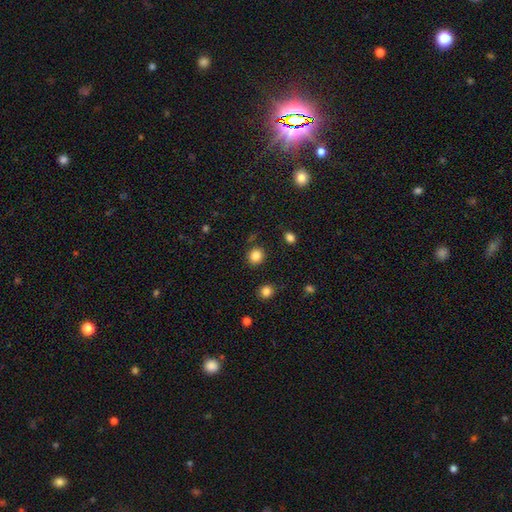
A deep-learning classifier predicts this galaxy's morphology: The model was most divided on "how rounded": round: 83%, in between: 16%, cigar-shaped: 1%. More confident: merging — none (86%); smooth or featured — smooth (85%).